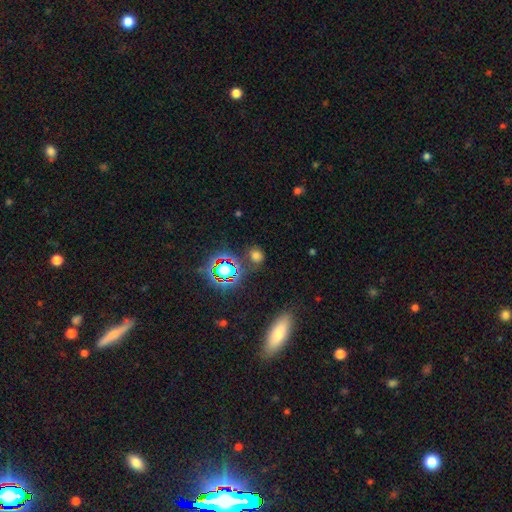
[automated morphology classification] Smooth or featured: smooth — 58% (star or artifact — 35%)
How rounded: round — 69% (in between — 29%)
Merging: none — 76% (minor disturbance — 13%)